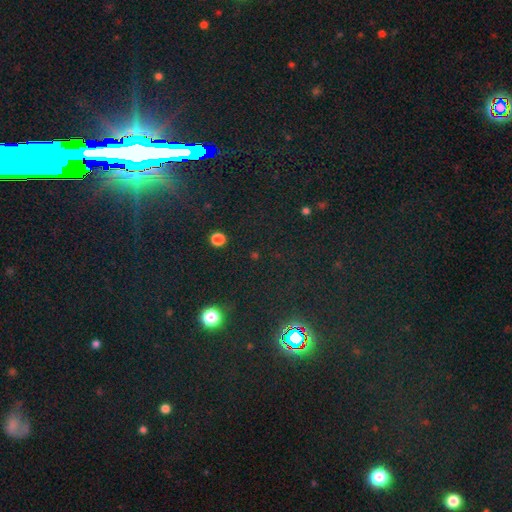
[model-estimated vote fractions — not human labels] This appears to be a star or artifact, not a galaxy (78%).